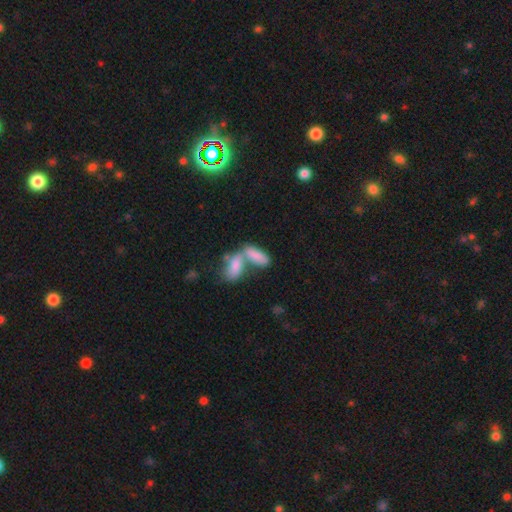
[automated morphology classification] A smooth galaxy with no disk features (80%) that is in between round and cigar-shaped (74%).

Vote fractions:
- Smooth or featured? smooth: 80% / featured or disk: 13% / star or artifact: 7%
- How rounded? in between: 74% / cigar-shaped: 22% / round: 3%
- Merging? merger: 67% / none: 22% / minor disturbance: 7% / major disturbance: 4%